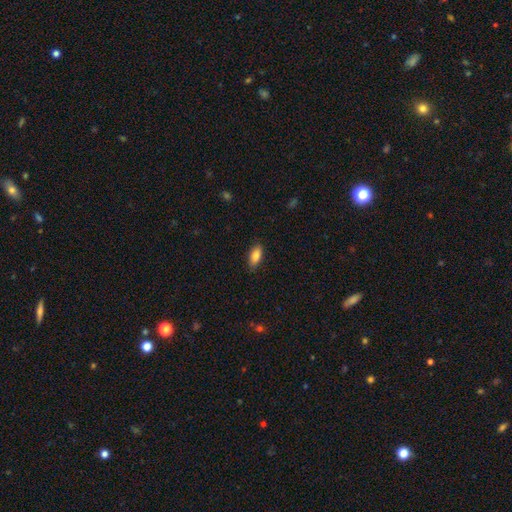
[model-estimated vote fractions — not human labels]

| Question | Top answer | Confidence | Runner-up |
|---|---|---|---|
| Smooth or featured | smooth | 84% | featured or disk (9%) |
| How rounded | in between | 88% | cigar-shaped (10%) |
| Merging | none | 87% | minor disturbance (10%) |